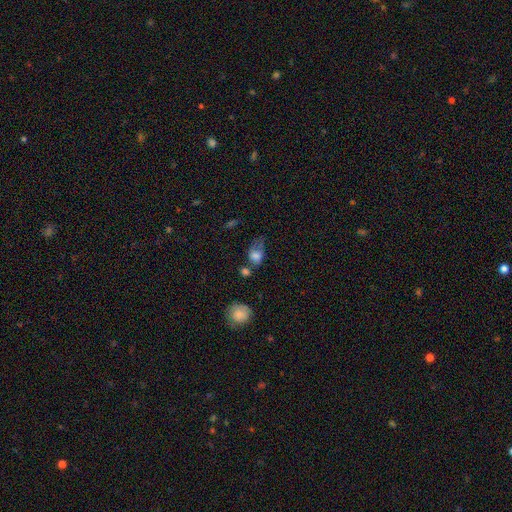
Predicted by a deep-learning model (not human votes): Smooth or featured? Predicted: smooth (p=0.73). How rounded? Predicted: in between (p=0.72). Merging? Predicted: major disturbance (p=0.34).